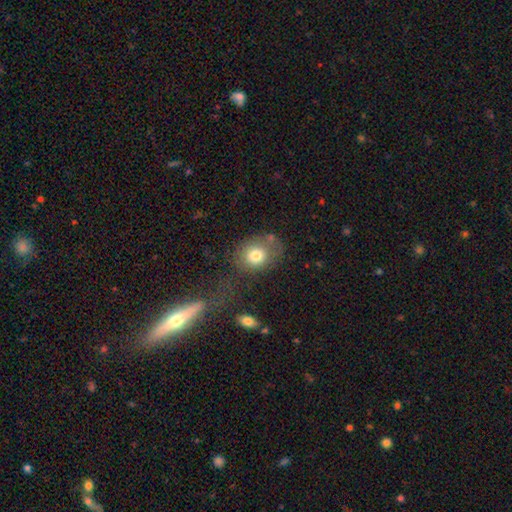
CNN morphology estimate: The model was most divided on "how rounded": round: 59%, in between: 40%, cigar-shaped: 1%. More confident: smooth or featured — smooth (77%); merging — none (56%).